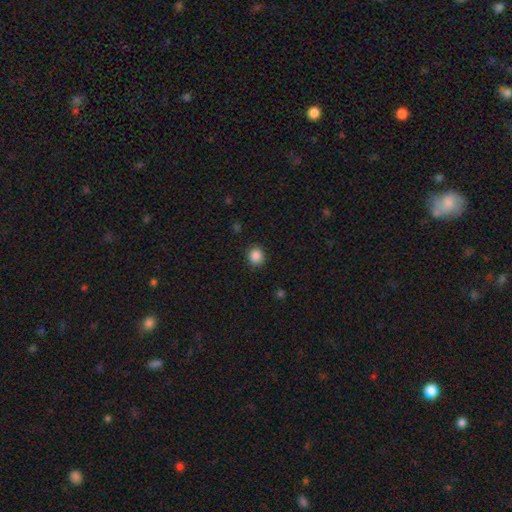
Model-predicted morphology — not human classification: smooth 87%, star or artifact 10%, featured or disk 3%. Down the decision tree: how rounded — round (86%); merging — none (90%).